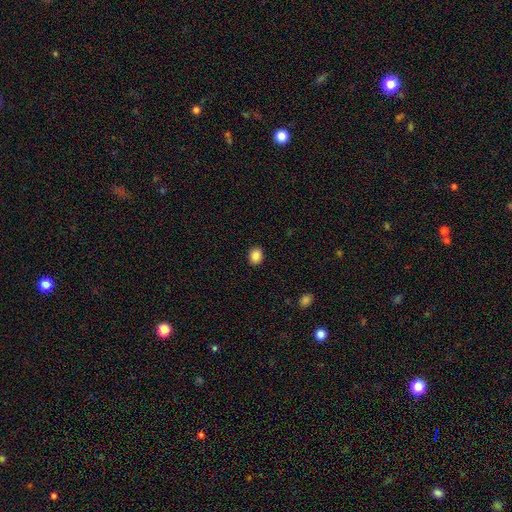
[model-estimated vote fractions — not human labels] The model was most divided on "how rounded": in between: 50%, round: 49%, cigar-shaped: 1%. More confident: merging — none (91%); smooth or featured — smooth (87%).